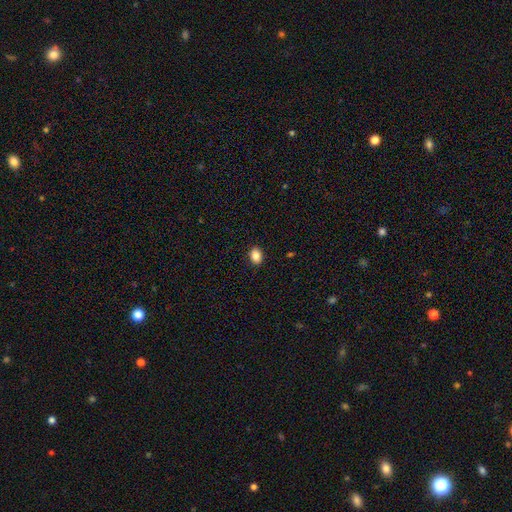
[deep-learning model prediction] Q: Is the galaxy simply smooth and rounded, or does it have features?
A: smooth — 86%.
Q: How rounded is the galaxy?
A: in between — 67%.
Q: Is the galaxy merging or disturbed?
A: none — 90%.